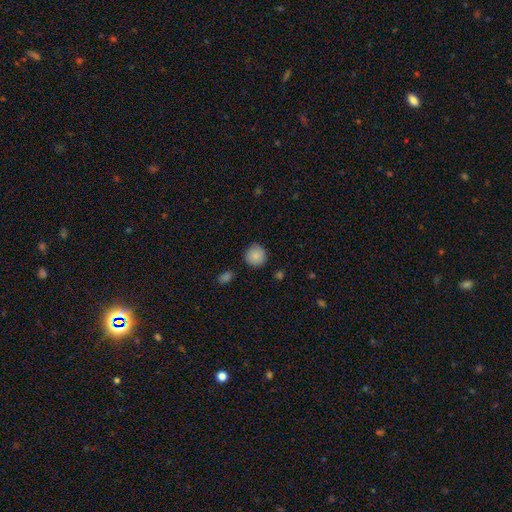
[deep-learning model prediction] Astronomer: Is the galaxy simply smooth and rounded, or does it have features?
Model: smooth — 88%.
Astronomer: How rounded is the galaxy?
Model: round — 93%.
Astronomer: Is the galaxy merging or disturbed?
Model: none — 88%.